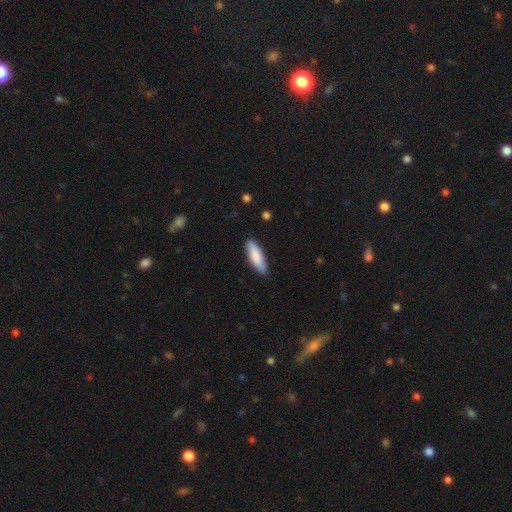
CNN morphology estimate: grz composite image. It shows a smooth galaxy with no disk features (86%) that is cigar-shaped (54%). Merging: none (84%).